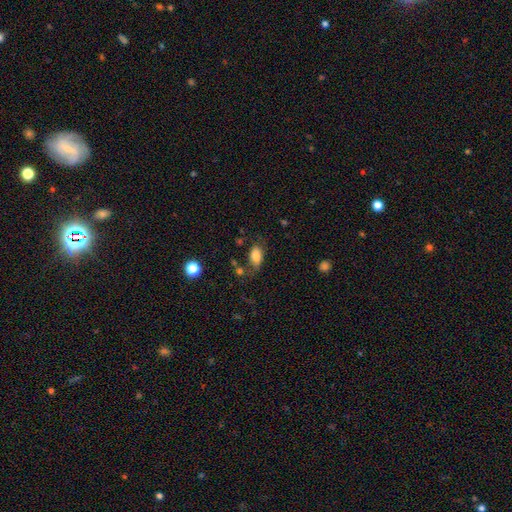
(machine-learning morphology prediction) The model was most divided on "merging": none: 62%, minor disturbance: 23%, major disturbance: 9%, merger: 6%. More confident: how rounded — in between (90%); smooth or featured — smooth (83%).